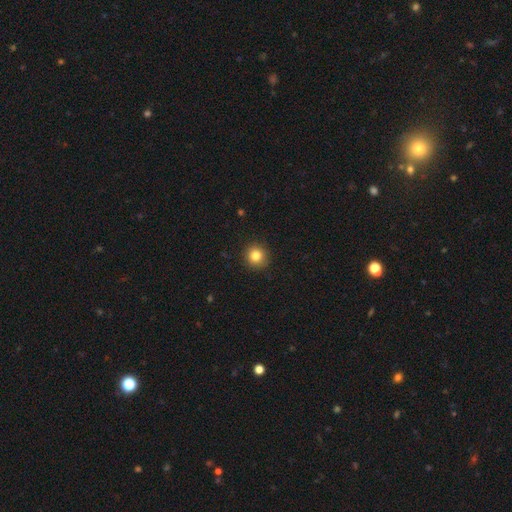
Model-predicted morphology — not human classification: The model was most divided on "smooth or featured": smooth: 83%, star or artifact: 11%, featured or disk: 6%. More confident: how rounded — round (94%); merging — none (92%).